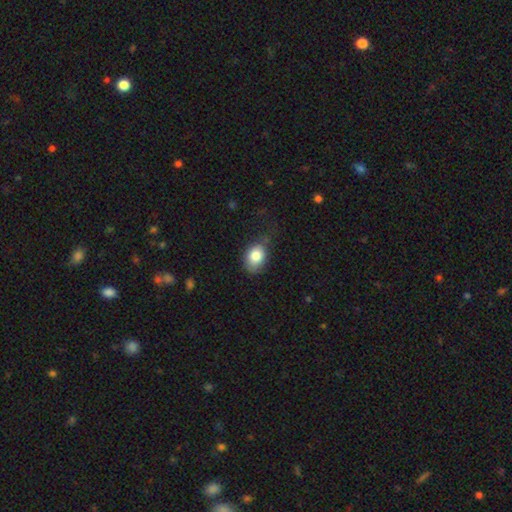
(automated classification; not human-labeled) Smooth or featured: smooth — 82% (featured or disk — 10%)
How rounded: in between — 70% (round — 29%)
Merging: none — 57% (minor disturbance — 30%)